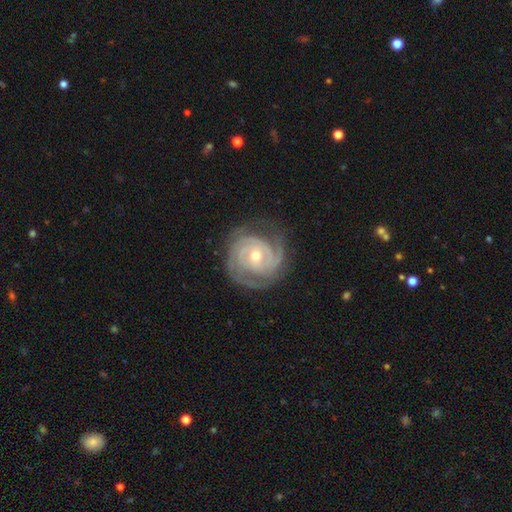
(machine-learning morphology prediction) This appears to be a featured or disk galaxy (91%) with no bar (63%), 3 (32%, tied with 2) tight (79%) spiral arms (98%) and a moderate central bulge (56%). Merging: none (77%).